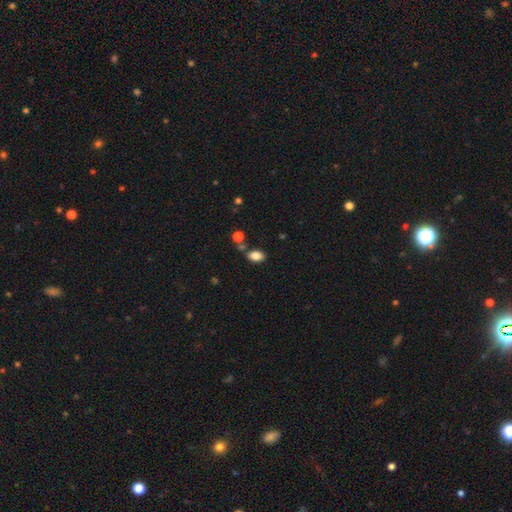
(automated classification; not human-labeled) A smooth galaxy with no disk features (84%) that is in between round and cigar-shaped (88%). Merging: none (68%).